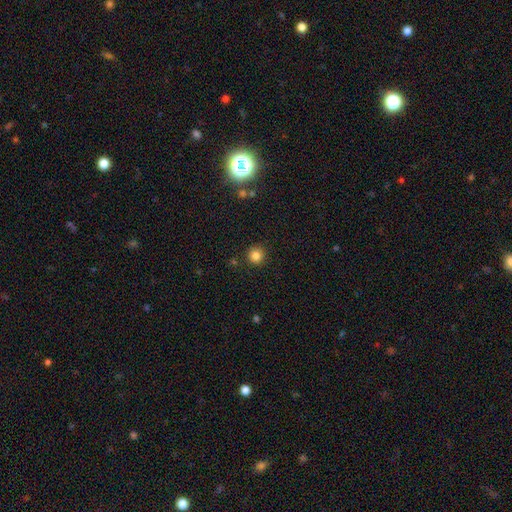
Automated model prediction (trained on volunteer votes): A smooth galaxy with no disk features (82%) that is round (95%). Merging: none (90%).